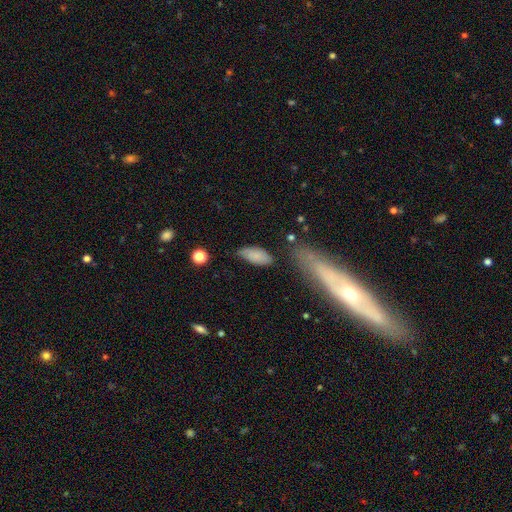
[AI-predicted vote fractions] The model was most divided on "merging": none: 68%, minor disturbance: 21%, major disturbance: 6%, merger: 4%. More confident: how rounded — in between (89%); smooth or featured — smooth (76%).